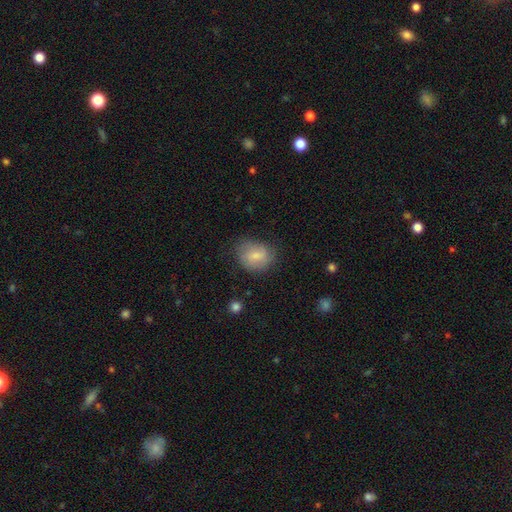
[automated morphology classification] smooth-or-featured: smooth: 72% | featured or disk: 20% | star or artifact: 7%
  how-rounded: round: 51% | in between: 48% | cigar-shaped: 1%
  merging: none: 66% | minor disturbance: 25% | major disturbance: 8% | merger: 2%